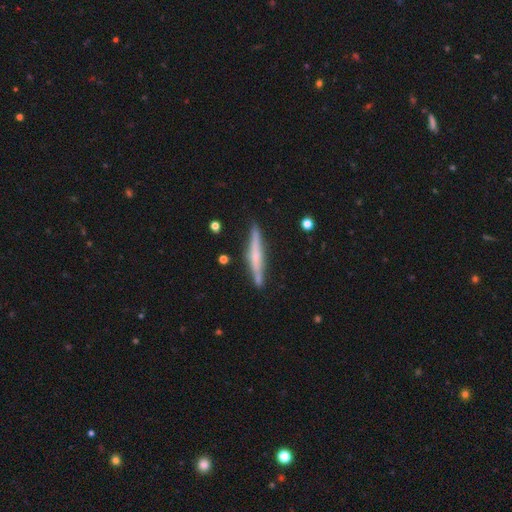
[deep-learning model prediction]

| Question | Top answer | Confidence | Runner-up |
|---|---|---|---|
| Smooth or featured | featured or disk | 62% | smooth (32%) |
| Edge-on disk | yes | 96% | no (4%) |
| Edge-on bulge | rounded | 51% | none (32%) |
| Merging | none | 84% | minor disturbance (11%) |